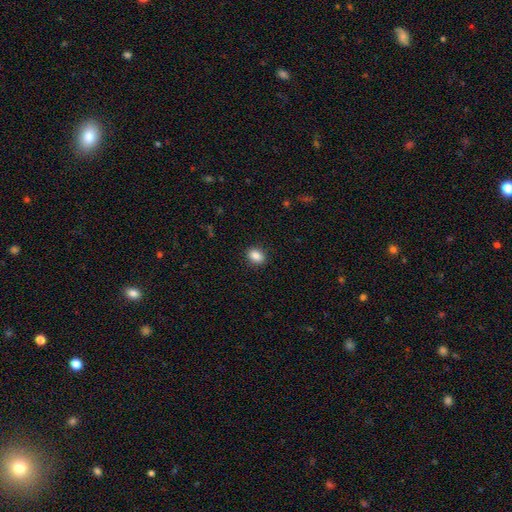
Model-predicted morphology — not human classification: Smooth or featured? Predicted: smooth (p=0.87). How rounded? Predicted: in between (p=0.66). Merging? Predicted: none (p=0.90).